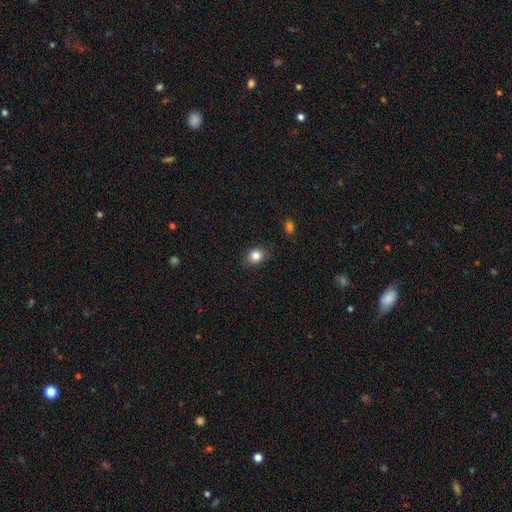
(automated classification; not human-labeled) Q: Smooth or featured?
A: smooth (83%); runner-up: star or artifact (11%)
Q: How rounded?
A: round (64%); runner-up: in between (35%)
Q: Merging?
A: none (84%); runner-up: minor disturbance (12%)